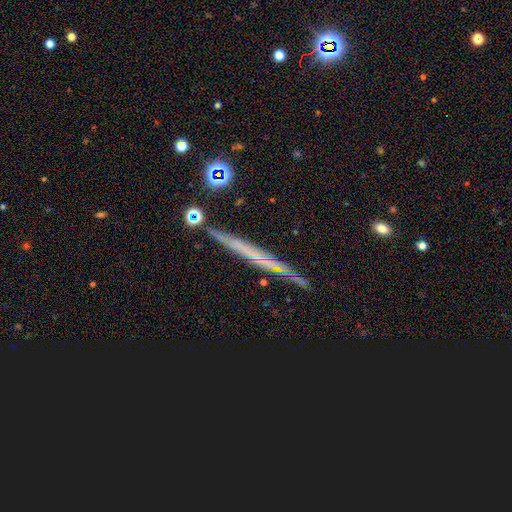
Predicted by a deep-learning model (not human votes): Smooth or featured?
  - featured or disk: 46% *
  - smooth: 29%
  - star or artifact: 25%
Merging?
  - none: 87% *
  - minor disturbance: 8%
  - merger: 2%
  - major disturbance: 2%